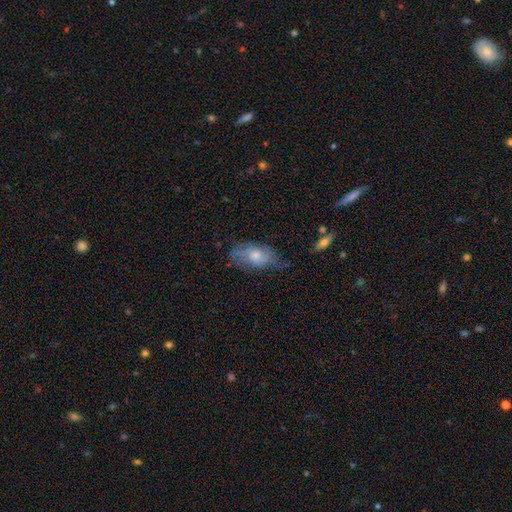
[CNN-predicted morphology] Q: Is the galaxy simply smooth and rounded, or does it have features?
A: featured or disk — 47%.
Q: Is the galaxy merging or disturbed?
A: none — 52%.